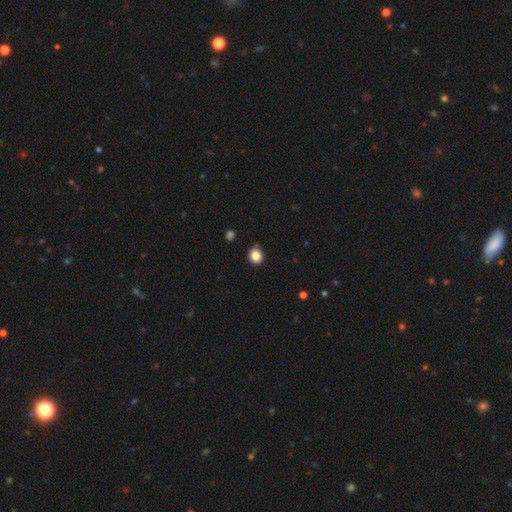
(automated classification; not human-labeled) Overall: smooth (86%). How rounded: round (77%). Merging: none (84%).